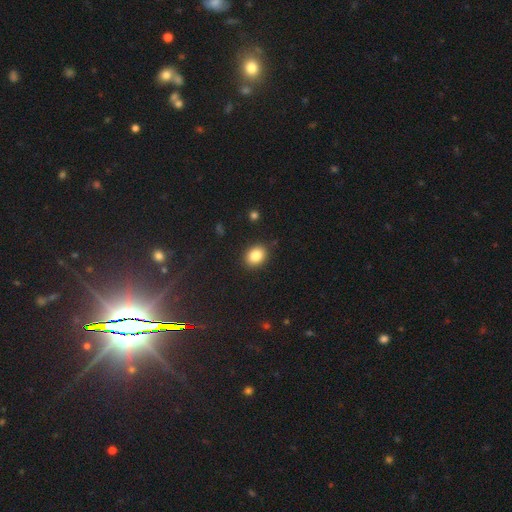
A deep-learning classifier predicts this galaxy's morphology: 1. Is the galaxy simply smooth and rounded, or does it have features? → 85% smooth, 9% star or artifact, 6% featured or disk.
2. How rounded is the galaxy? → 54% in between, 45% round, 1% cigar-shaped.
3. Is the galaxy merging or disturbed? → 89% none, 8% minor disturbance, 2% major disturbance, 1% merger.